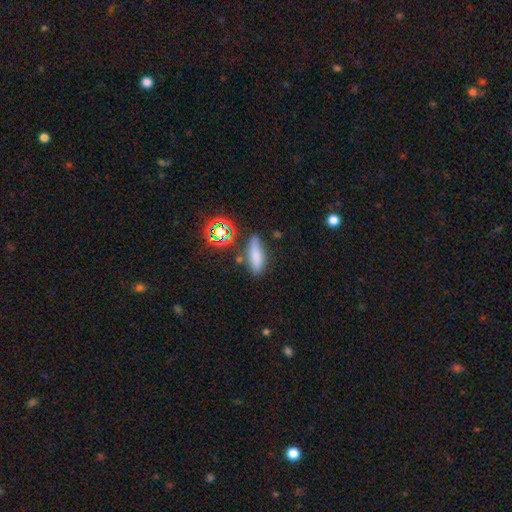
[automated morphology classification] smooth-or-featured: smooth: 74% | star or artifact: 15% | featured or disk: 11%
  how-rounded: in between: 48% | cigar-shaped: 46% | round: 6%
  merging: none: 72% | minor disturbance: 16% | merger: 7% | major disturbance: 5%